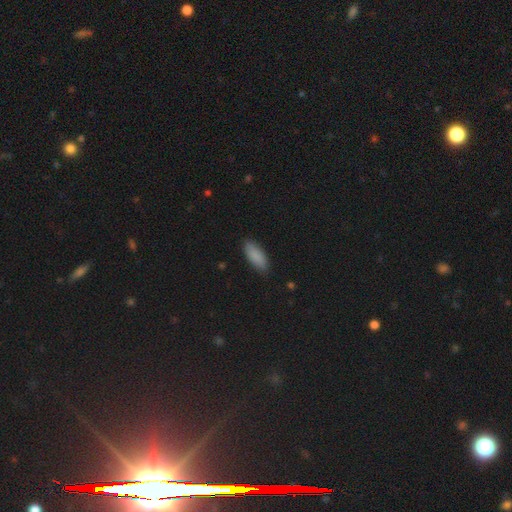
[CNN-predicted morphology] Smooth or featured: smooth — 89% (star or artifact — 6%)
How rounded: in between — 80% (cigar-shaped — 18%)
Merging: none — 86% (minor disturbance — 11%)